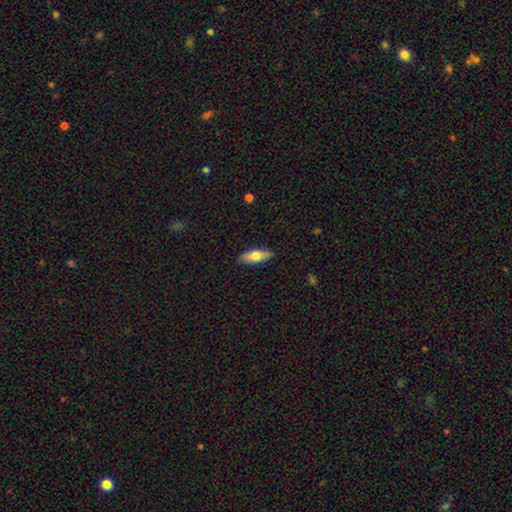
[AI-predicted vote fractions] Smooth or featured? smooth (67%)
How rounded? in between (57%)
Merging? none (89%)